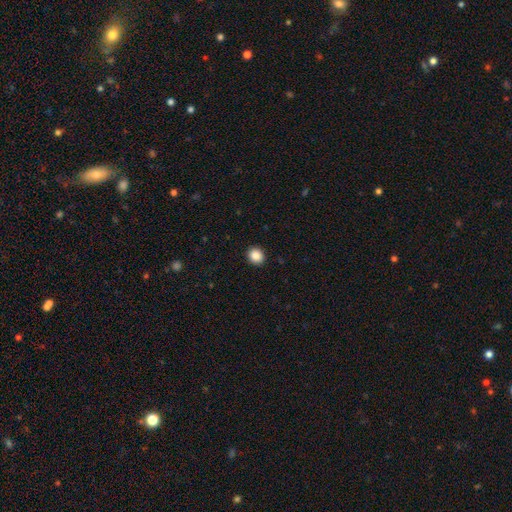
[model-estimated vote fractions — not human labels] Smooth or featured? smooth (88%)
How rounded? round (73%)
Merging? none (92%)